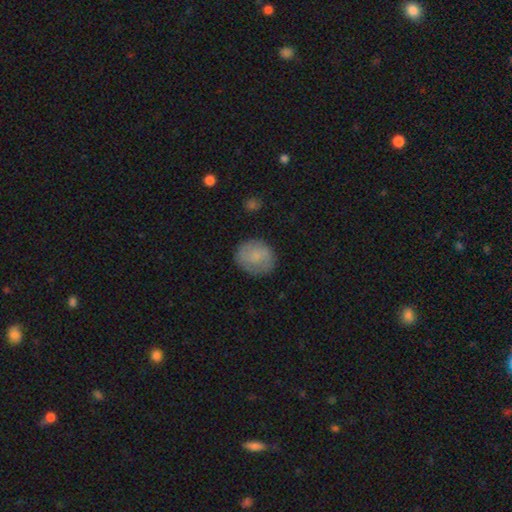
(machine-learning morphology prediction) Smooth or featured? Predicted: smooth (p=0.74). How rounded? Predicted: round (p=0.71). Merging? Predicted: none (p=0.78).